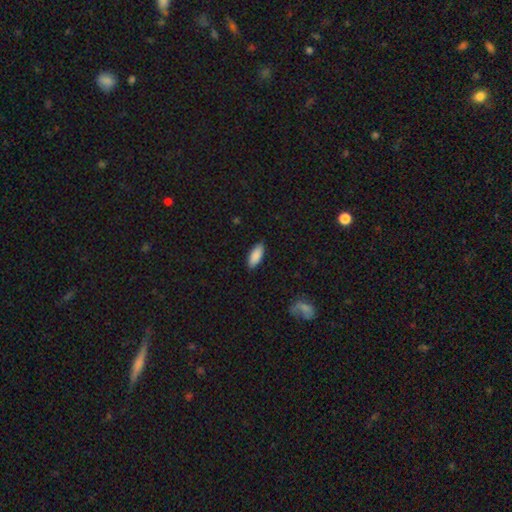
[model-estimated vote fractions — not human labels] Smooth or featured?
  - smooth: 89% *
  - star or artifact: 6%
  - featured or disk: 5%
How rounded?
  - in between: 82% *
  - cigar-shaped: 16%
  - round: 2%
Merging?
  - none: 87% *
  - minor disturbance: 10%
  - major disturbance: 2%
  - merger: 1%